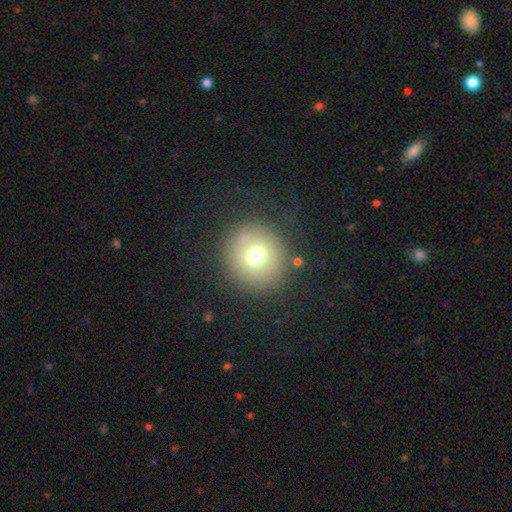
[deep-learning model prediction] A smooth galaxy with no disk features (65%) that is round (90%). Merging: none (81%).